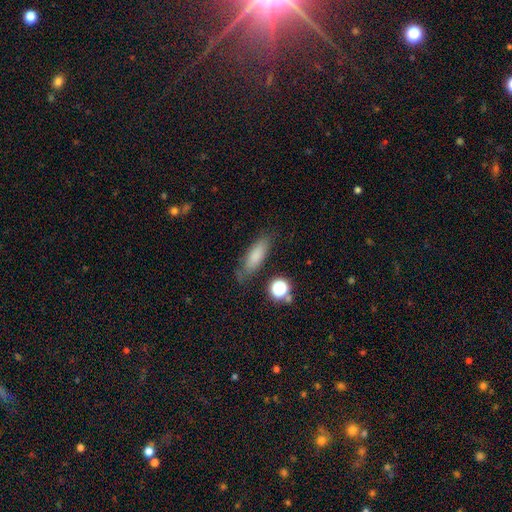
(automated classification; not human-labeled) Smooth or featured? smooth (79%)
How rounded? in between (52%)
Merging? none (74%)